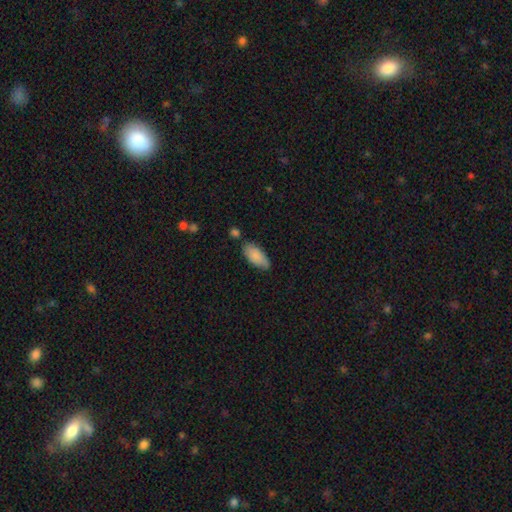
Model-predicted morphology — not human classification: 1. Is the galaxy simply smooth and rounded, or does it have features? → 86% smooth, 8% featured or disk, 6% star or artifact.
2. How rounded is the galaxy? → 88% in between, 11% cigar-shaped, 2% round.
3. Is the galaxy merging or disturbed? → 70% none, 21% minor disturbance, 6% merger, 4% major disturbance.